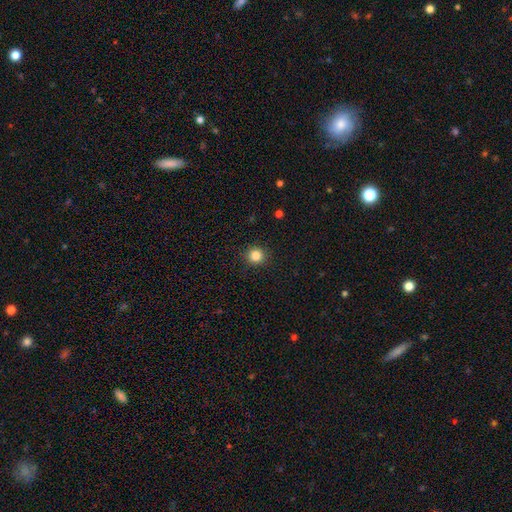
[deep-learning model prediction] Smooth or featured? Predicted: smooth (p=0.84). How rounded? Predicted: round (p=0.93). Merging? Predicted: none (p=0.91).